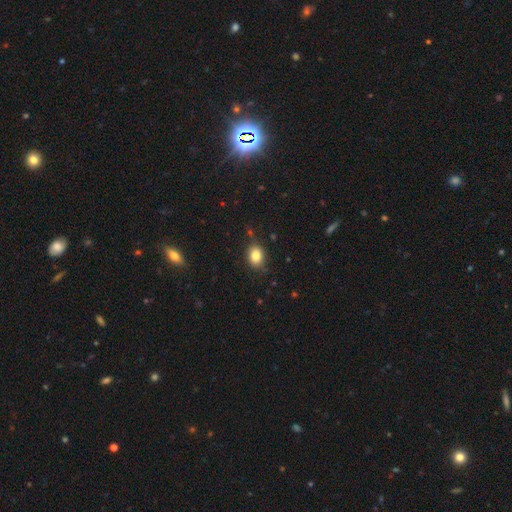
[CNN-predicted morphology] smooth 83%, star or artifact 10%, featured or disk 7%. Down the decision tree: how rounded — in between (57%); merging — none (81%).